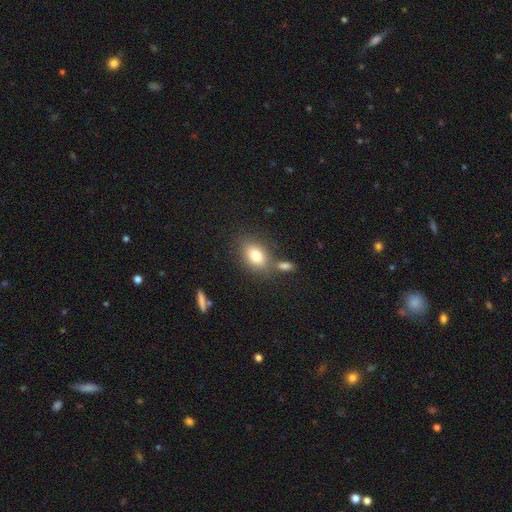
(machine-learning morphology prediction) Q: Smooth or featured?
A: smooth (79%); runner-up: featured or disk (12%)
Q: How rounded?
A: in between (77%); runner-up: round (21%)
Q: Merging?
A: none (66%); runner-up: merger (17%)